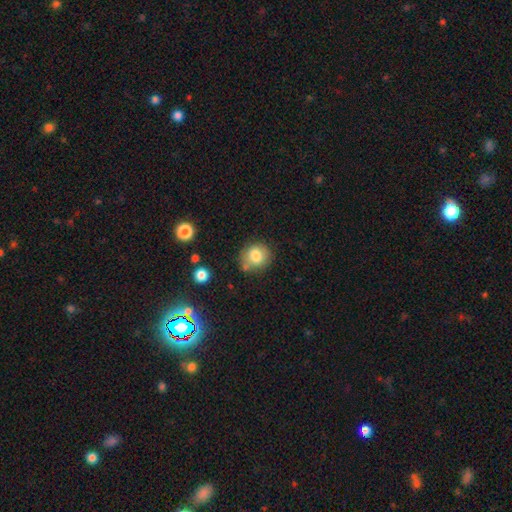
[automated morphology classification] Smooth or featured: smooth — 81% (featured or disk — 10%)
How rounded: round — 76% (in between — 24%)
Merging: none — 67% (minor disturbance — 19%)